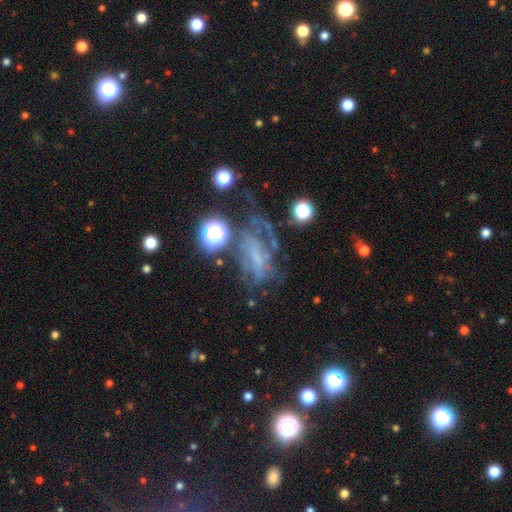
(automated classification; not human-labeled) This is possibly a featured or disk galaxy (58%). It is clearly not viewed edge-on (93%). Bar: possibly no (53%). Spiral arm pattern: possibly yes (58%). Central bulge: possibly none (50%). Merging: marginally none (37%).